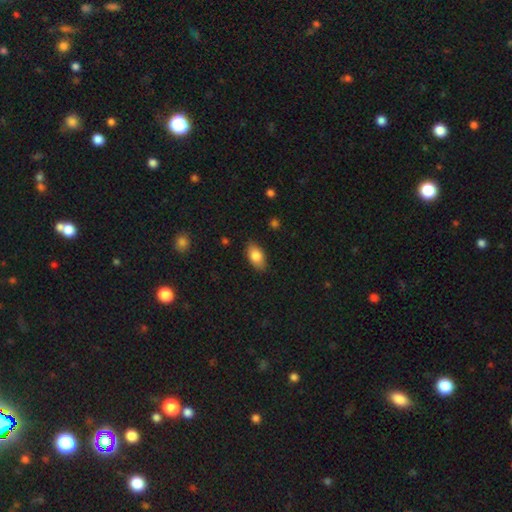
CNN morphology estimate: smooth 82%, featured or disk 11%, star or artifact 7%. Down the decision tree: how rounded — in between (91%); merging — none (84%).